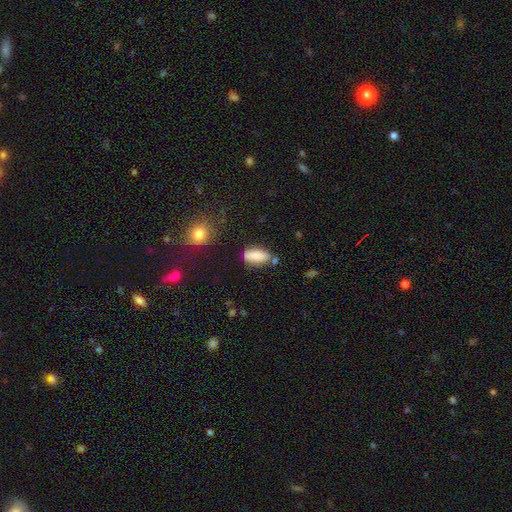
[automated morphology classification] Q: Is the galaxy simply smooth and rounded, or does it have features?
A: smooth — 82%.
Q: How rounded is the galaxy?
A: in between — 76%.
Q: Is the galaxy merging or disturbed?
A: none — 70%.